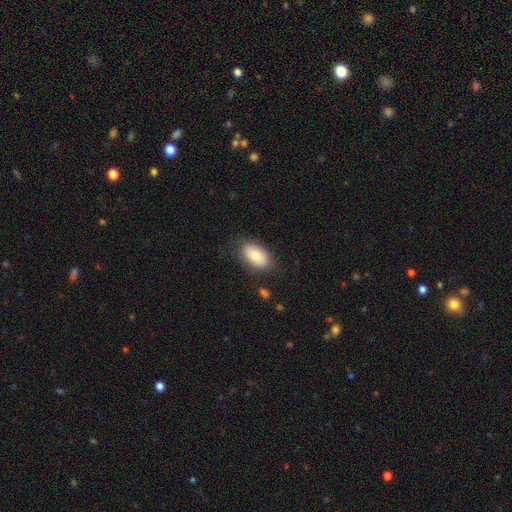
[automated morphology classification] The model was most divided on "merging": none: 77%, minor disturbance: 16%, major disturbance: 5%, merger: 2%. More confident: how rounded — in between (93%); smooth or featured — smooth (78%).